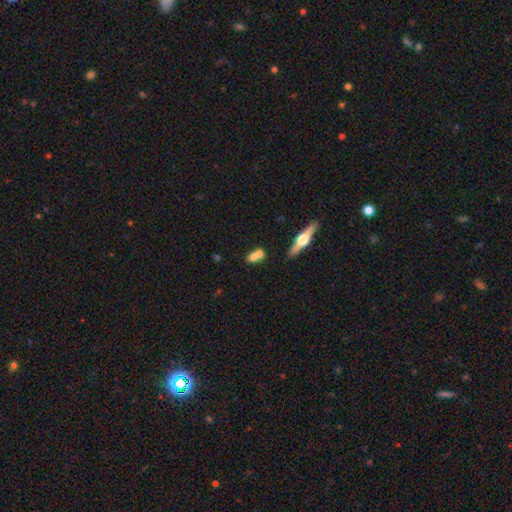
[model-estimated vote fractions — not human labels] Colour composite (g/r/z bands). It shows a smooth galaxy with no disk features (61%) that is in between round and cigar-shaped (64%). Merging: merger (48%).